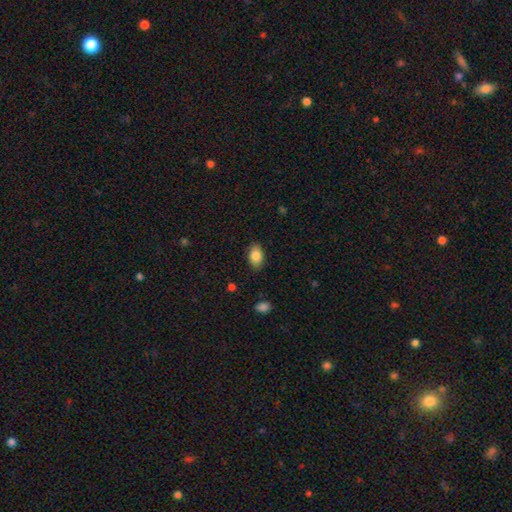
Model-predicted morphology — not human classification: Q: Smooth or featured?
A: smooth (86%); runner-up: star or artifact (8%)
Q: How rounded?
A: in between (89%); runner-up: round (9%)
Q: Merging?
A: none (87%); runner-up: minor disturbance (10%)